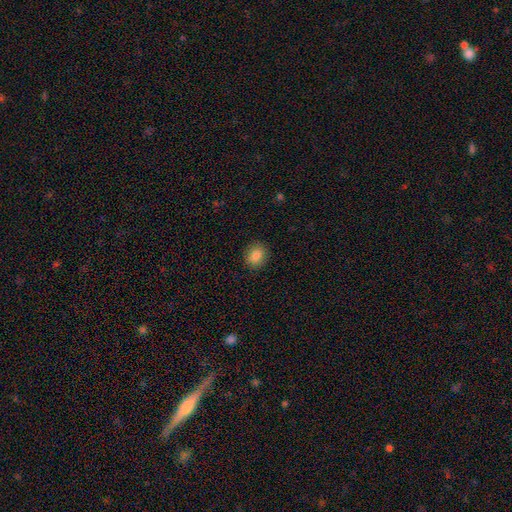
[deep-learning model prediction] smooth 84%, star or artifact 10%, featured or disk 6%. Down the decision tree: how rounded — round (66%); merging — none (90%).